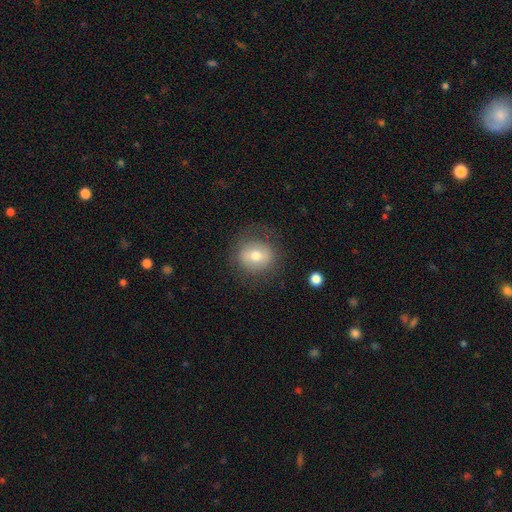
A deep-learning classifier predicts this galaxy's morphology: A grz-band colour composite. It shows a smooth galaxy with no disk features (65%) that is round (77%). Merging: none (79%).